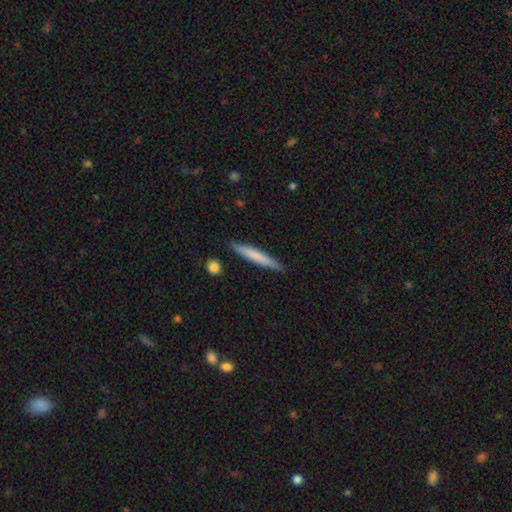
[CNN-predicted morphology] smooth-or-featured: smooth: 69% | featured or disk: 26% | star or artifact: 5%
  how-rounded: cigar-shaped: 95% | in between: 4% | round: 1%
  merging: none: 89% | minor disturbance: 8% | major disturbance: 2% | merger: 2%